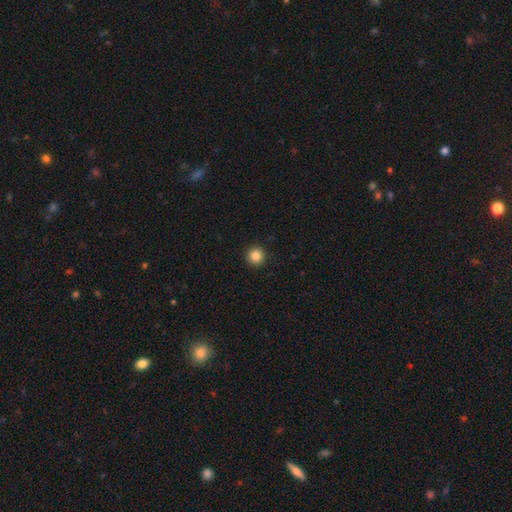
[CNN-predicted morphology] smooth_or_featured: smooth (p=0.85) [alt: star or artifact p=0.10]
how_rounded: round (p=0.95) [alt: in between p=0.04]
merging: none (p=0.93) [alt: minor disturbance p=0.04]